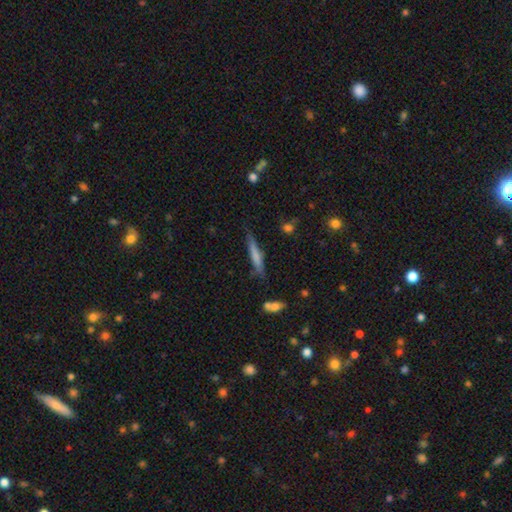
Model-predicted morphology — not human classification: Q: Smooth or featured?
A: smooth (65%); runner-up: featured or disk (29%)
Q: How rounded?
A: cigar-shaped (91%); runner-up: in between (7%)
Q: Merging?
A: none (76%); runner-up: minor disturbance (17%)